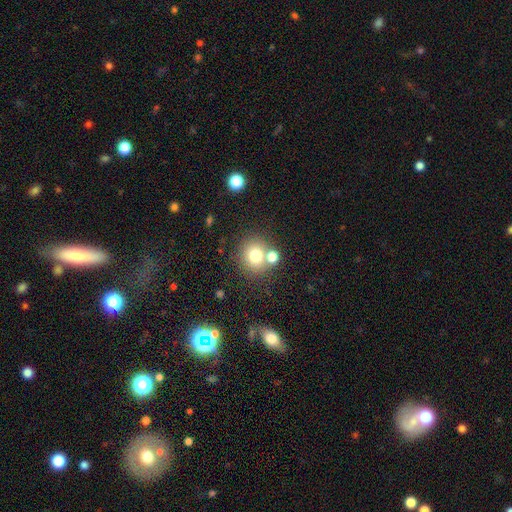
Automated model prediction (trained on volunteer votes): A smooth galaxy with no disk features (74%) that is round (89%).

Vote fractions:
- Smooth or featured? smooth: 74% / star or artifact: 14% / featured or disk: 13%
- How rounded? round: 89% / in between: 10% / cigar-shaped: 1%
- Merging? none: 66% / merger: 22% / minor disturbance: 9% / major disturbance: 4%